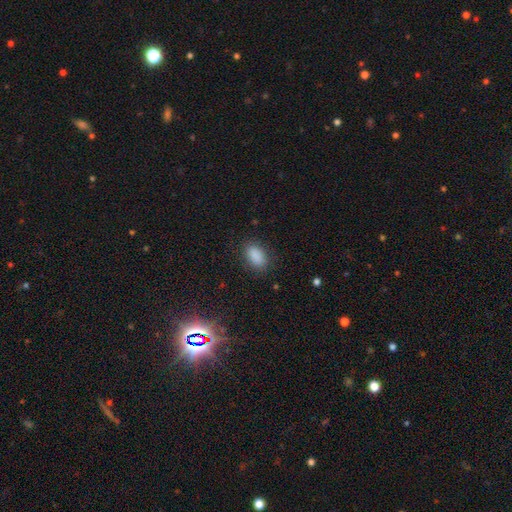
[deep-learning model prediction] Smooth or featured?
  - smooth: 88% *
  - star or artifact: 9%
  - featured or disk: 3%
How rounded?
  - in between: 90% *
  - round: 7%
  - cigar-shaped: 3%
Merging?
  - none: 85% *
  - minor disturbance: 11%
  - major disturbance: 3%
  - merger: 1%